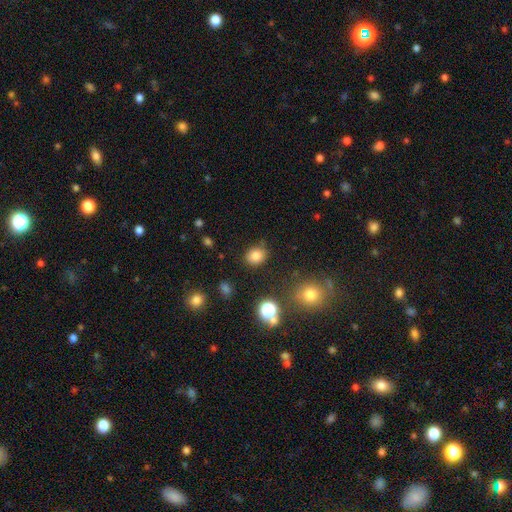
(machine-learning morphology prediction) smooth 81%, star or artifact 13%, featured or disk 6%. Down the decision tree: how rounded — round (59%); merging — none (81%).